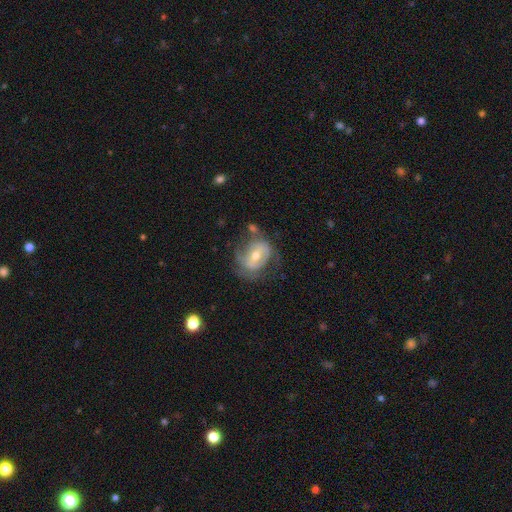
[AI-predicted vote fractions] Smooth or featured: featured or disk — 63% (smooth — 30%)
Edge-on disk: no — 95% (yes — 5%)
Bar: weak — 40% (no — 34%)
Spiral arms: yes — 60% (no — 40%)
Bulge size: moderate — 66% (small — 28%)
Merging: none — 47% (minor disturbance — 26%)